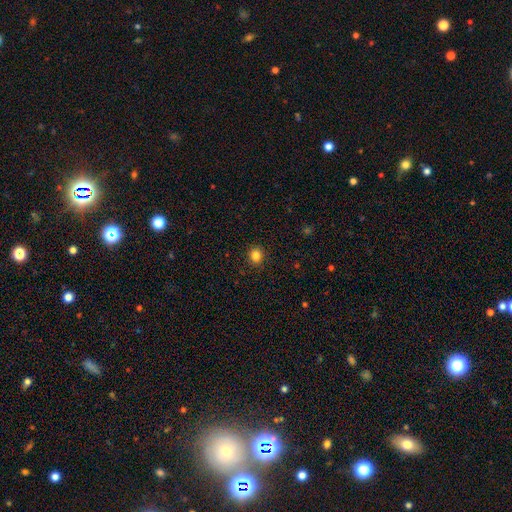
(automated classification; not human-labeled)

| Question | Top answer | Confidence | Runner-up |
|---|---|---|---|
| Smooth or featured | smooth | 83% | star or artifact (12%) |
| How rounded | round | 84% | in between (15%) |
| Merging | none | 91% | minor disturbance (6%) |